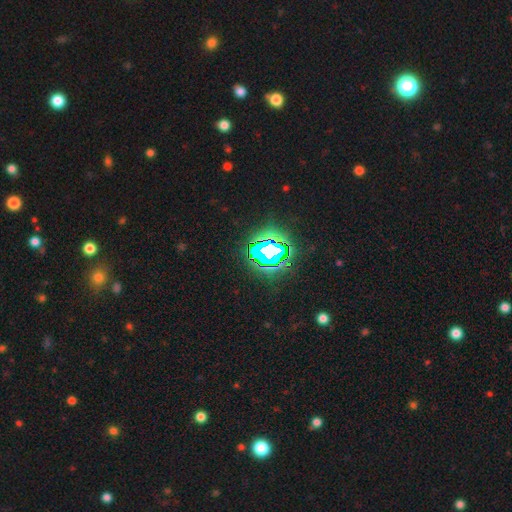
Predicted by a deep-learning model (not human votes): Smooth or featured? star or artifact (73%)